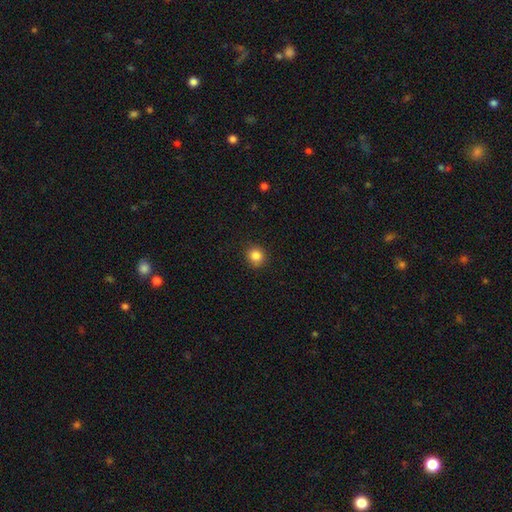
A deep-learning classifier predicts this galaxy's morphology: smooth_or_featured: smooth (p=0.85) [alt: star or artifact p=0.11]
how_rounded: round (p=0.89) [alt: in between p=0.10]
merging: none (p=0.89) [alt: minor disturbance p=0.08]